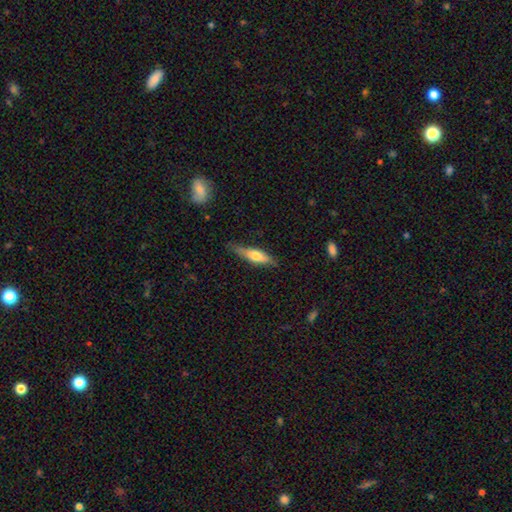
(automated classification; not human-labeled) Smooth or featured: smooth — 54% (featured or disk — 40%)
How rounded: cigar-shaped — 66% (in between — 32%)
Merging: none — 74% (minor disturbance — 21%)